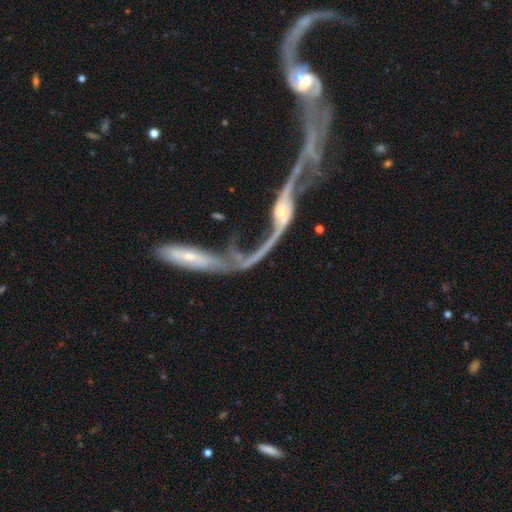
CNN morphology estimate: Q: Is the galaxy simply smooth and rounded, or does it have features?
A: featured or disk — 82%.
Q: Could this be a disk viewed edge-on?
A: no — 77%.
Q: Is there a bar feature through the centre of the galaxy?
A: no — 55%.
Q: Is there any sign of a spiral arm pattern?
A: yes — 82%.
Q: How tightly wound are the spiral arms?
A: loose — 91%.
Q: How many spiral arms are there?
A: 2 — 86%.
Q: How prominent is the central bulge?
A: small — 52%.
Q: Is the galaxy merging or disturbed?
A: merger — 51%.